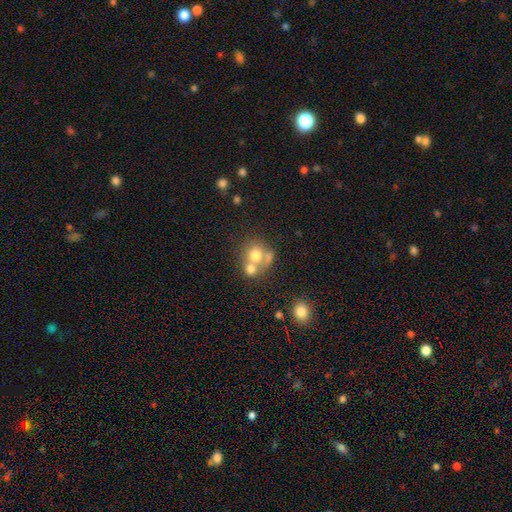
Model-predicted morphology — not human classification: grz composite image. It shows a smooth galaxy with no disk features (66%) that is round (73%). Merging: merger (57%).